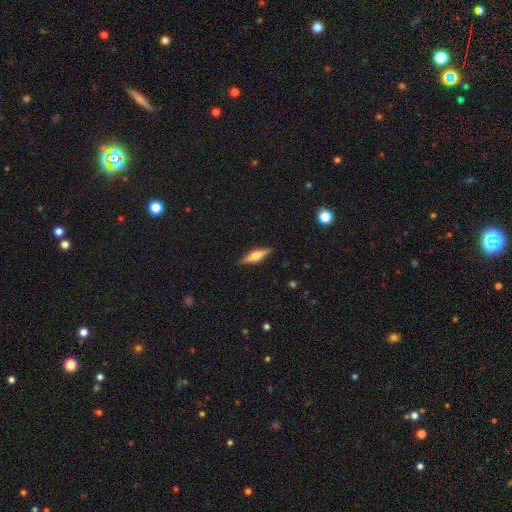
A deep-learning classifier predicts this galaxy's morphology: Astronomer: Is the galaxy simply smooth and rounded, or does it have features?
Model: featured or disk — 53% (runner-up: smooth, 40%).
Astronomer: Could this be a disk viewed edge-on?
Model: yes — 96%.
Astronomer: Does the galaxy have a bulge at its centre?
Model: rounded — 81%.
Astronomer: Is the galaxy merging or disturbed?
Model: none — 88%.